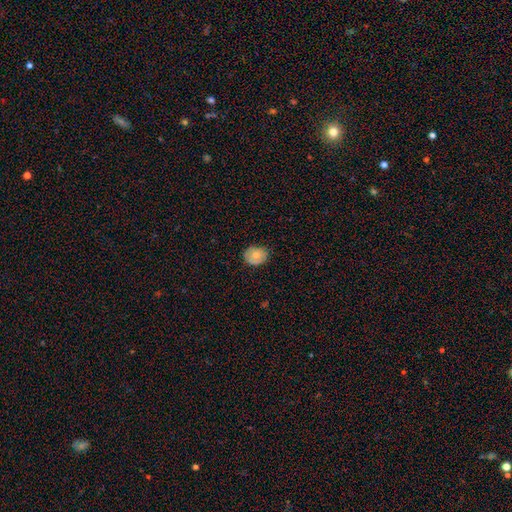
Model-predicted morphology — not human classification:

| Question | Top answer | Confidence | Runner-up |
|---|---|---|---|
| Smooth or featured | smooth | 74% | featured or disk (18%) |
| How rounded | round | 53% | in between (46%) |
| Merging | none | 75% | minor disturbance (20%) |